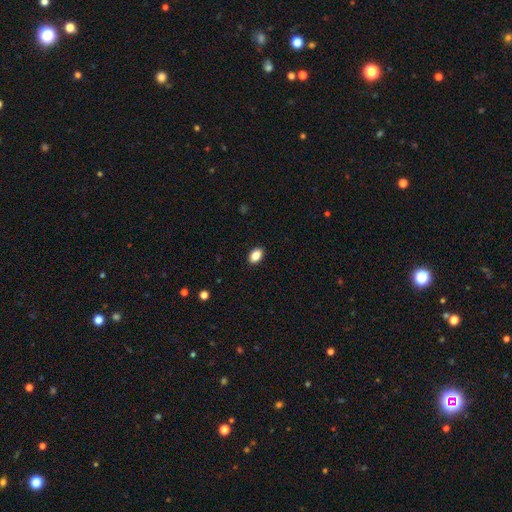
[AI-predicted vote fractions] smooth-or-featured: smooth: 87% | star or artifact: 8% | featured or disk: 4%
  how-rounded: in between: 88% | round: 11% | cigar-shaped: 2%
  merging: none: 90% | minor disturbance: 7% | major disturbance: 2% | merger: 1%